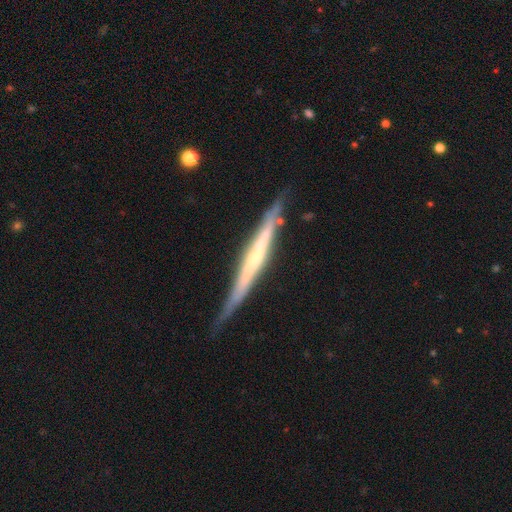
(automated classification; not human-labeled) A featured or disk galaxy (74%) viewed edge-on (95%) with no central bulge (54%). Merging: none (75%).